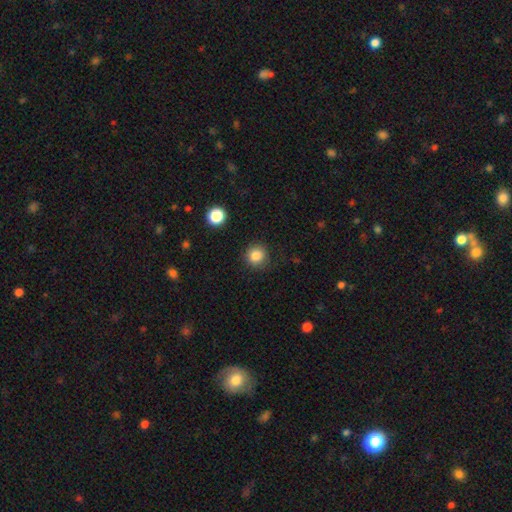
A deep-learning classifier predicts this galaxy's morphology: A smooth galaxy with no disk features (84%) that is round (93%). Merging: none (88%).